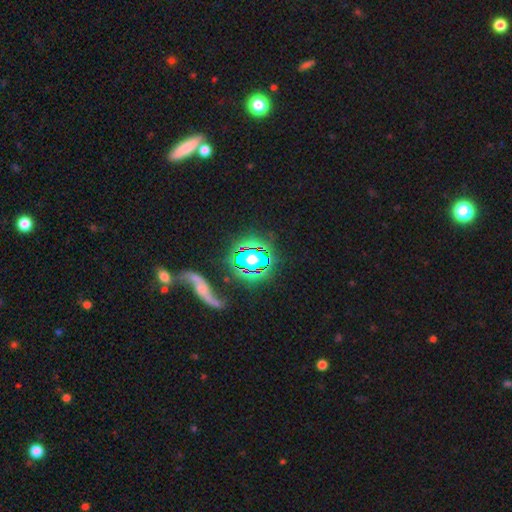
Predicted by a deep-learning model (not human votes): The model was most divided on "smooth or featured": star or artifact: 51%, featured or disk: 29%, smooth: 20%.